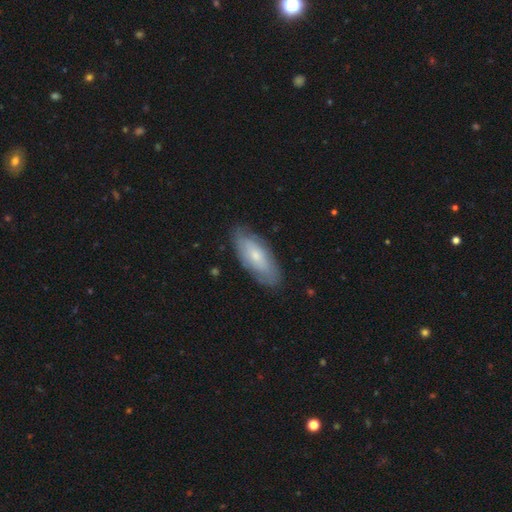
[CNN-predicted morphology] Smooth or featured? Predicted: smooth (p=0.56). How rounded? Predicted: in between (p=0.79). Merging? Predicted: none (p=0.80).